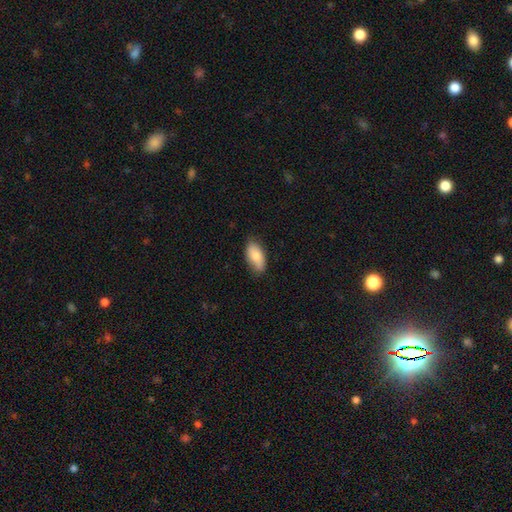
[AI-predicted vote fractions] smooth 81%, featured or disk 12%, star or artifact 6%. Down the decision tree: how rounded — in between (92%); merging — none (78%).